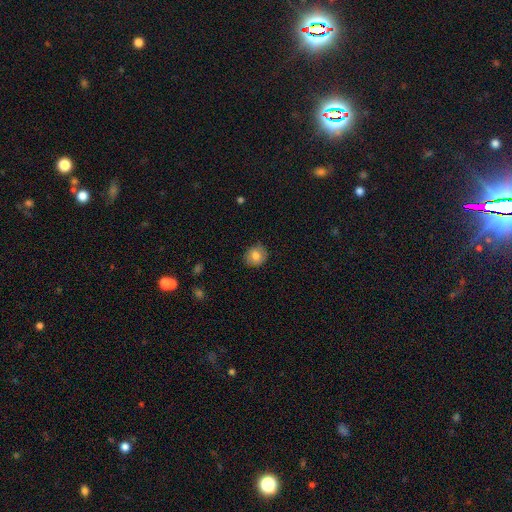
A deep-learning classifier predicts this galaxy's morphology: This is clearly a smooth galaxy (80%). How rounded: clearly round (80%). Merging: clearly none (85%).